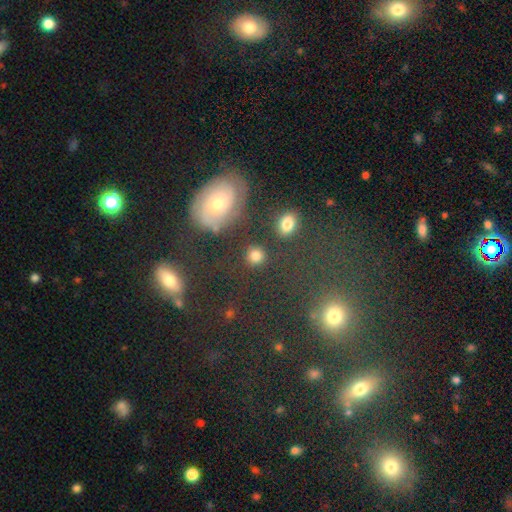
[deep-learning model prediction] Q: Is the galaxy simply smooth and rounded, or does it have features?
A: smooth — 81%.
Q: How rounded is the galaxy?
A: round — 85%.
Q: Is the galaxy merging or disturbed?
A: none — 81%.